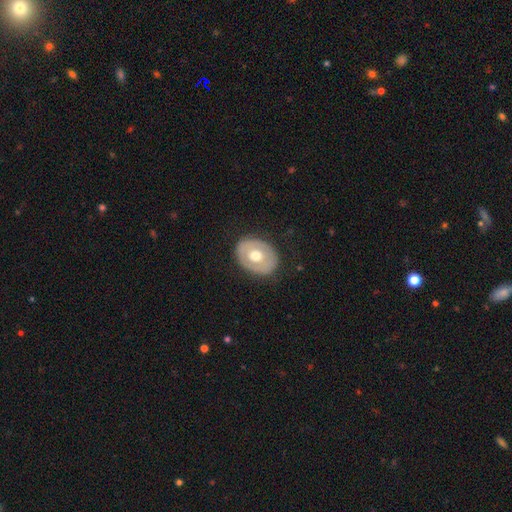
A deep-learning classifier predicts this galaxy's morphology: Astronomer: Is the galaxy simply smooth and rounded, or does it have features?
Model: smooth — 50% (runner-up: featured or disk, 45%).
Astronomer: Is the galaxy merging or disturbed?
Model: none — 83%.